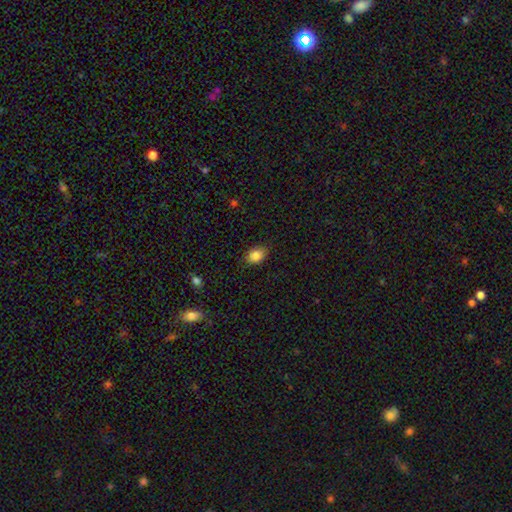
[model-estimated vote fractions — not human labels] smooth-or-featured: smooth: 85% | star or artifact: 9% | featured or disk: 6%
  how-rounded: in between: 72% | round: 27% | cigar-shaped: 1%
  merging: none: 81% | minor disturbance: 15% | major disturbance: 3% | merger: 1%